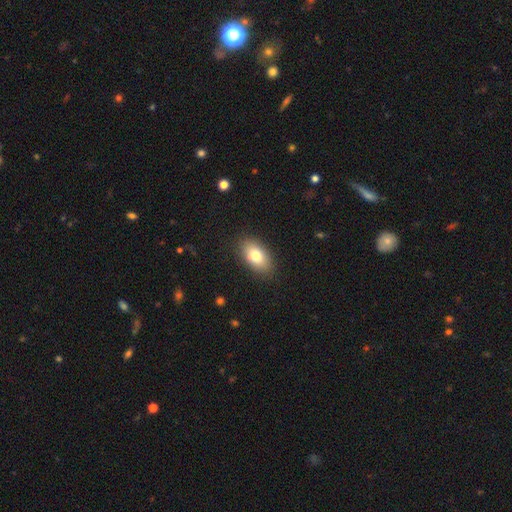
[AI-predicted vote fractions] smooth_or_featured: smooth (p=0.77) [alt: featured or disk p=0.15]
how_rounded: in between (p=0.90) [alt: round p=0.07]
merging: none (p=0.87) [alt: minor disturbance p=0.09]